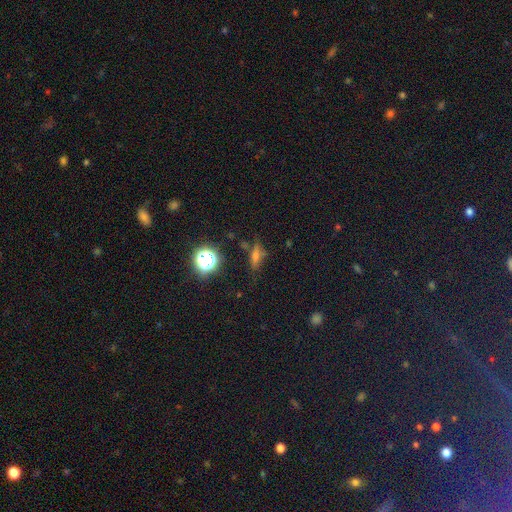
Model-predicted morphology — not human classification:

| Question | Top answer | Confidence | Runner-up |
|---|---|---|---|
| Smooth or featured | smooth | 44% | star or artifact (33%) |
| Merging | none | 71% | minor disturbance (18%) |